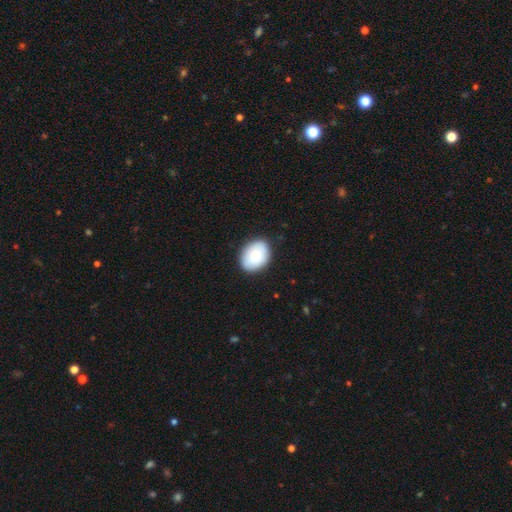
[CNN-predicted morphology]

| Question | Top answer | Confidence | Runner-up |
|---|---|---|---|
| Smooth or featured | smooth | 78% | featured or disk (15%) |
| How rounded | in between | 66% | round (33%) |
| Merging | none | 87% | minor disturbance (10%) |